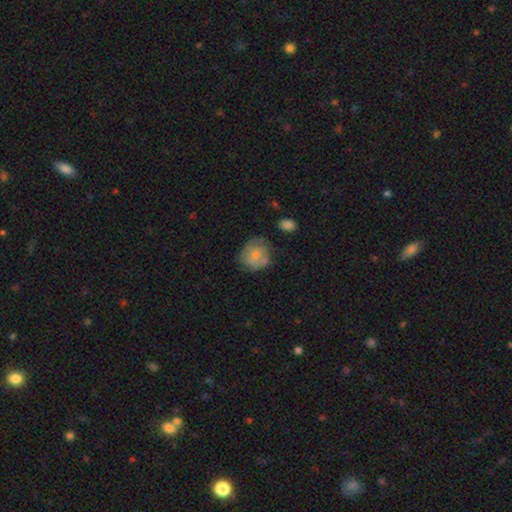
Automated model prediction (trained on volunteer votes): This is possibly a smooth galaxy (59%). How rounded: likely round (78%). Merging: possibly none (52%).